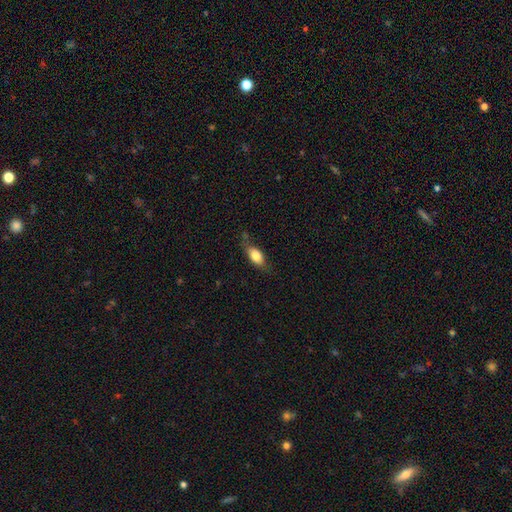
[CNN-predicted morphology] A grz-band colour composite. It shows a smooth galaxy with no disk features (77%) that is in between round and cigar-shaped (84%). Merging: none (61%).